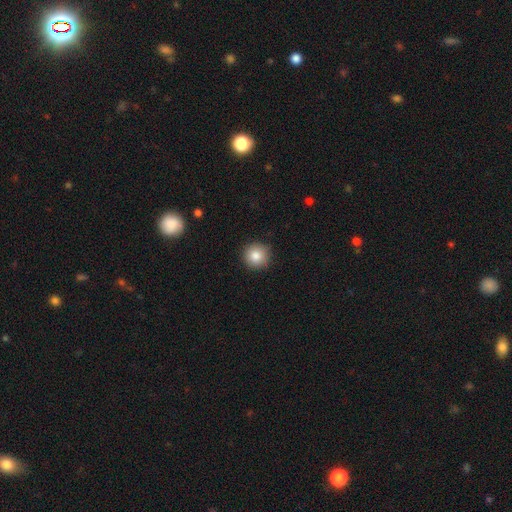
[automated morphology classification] Smooth or featured: smooth — 84% (star or artifact — 10%)
How rounded: round — 95% (in between — 4%)
Merging: none — 89% (minor disturbance — 8%)